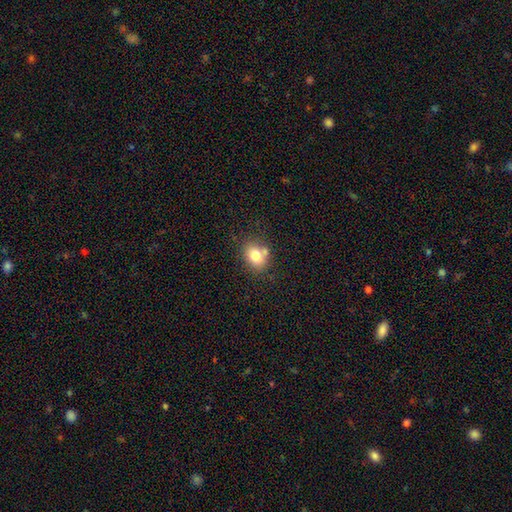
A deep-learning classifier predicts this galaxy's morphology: Smooth or featured? smooth (78%)
How rounded? in between (58%)
Merging? none (66%)